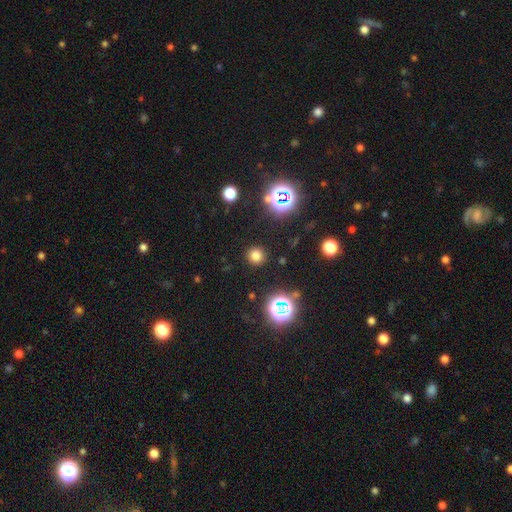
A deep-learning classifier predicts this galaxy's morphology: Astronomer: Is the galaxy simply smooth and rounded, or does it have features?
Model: smooth — 72%.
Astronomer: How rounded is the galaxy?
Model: round — 93%.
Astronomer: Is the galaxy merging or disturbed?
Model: none — 90%.